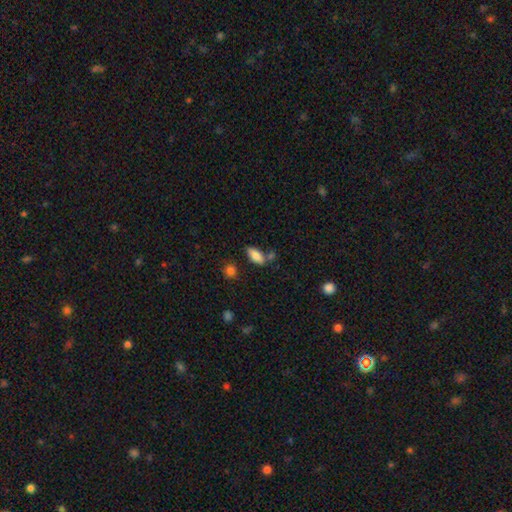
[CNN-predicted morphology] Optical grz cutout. It shows a smooth galaxy with no disk features (80%) that is in between round and cigar-shaped (83%). Merging: none (66%).